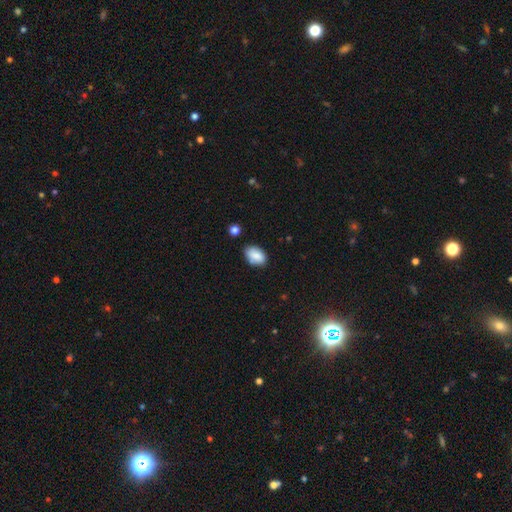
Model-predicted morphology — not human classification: smooth-or-featured: smooth: 84% | featured or disk: 8% | star or artifact: 8%
  how-rounded: in between: 88% | round: 10% | cigar-shaped: 1%
  merging: none: 73% | minor disturbance: 19% | merger: 4% | major disturbance: 3%